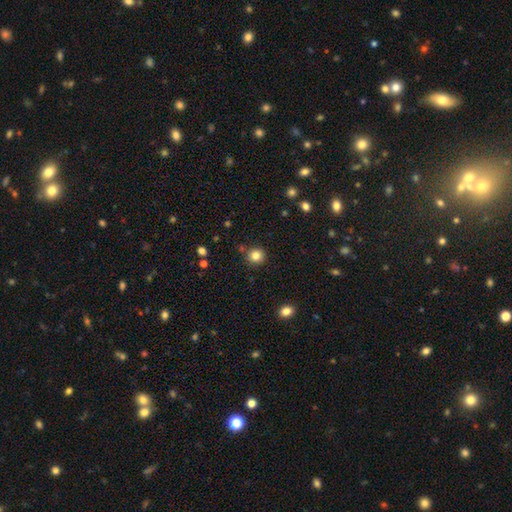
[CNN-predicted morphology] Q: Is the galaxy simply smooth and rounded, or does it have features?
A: smooth — 83%.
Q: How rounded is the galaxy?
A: round — 91%.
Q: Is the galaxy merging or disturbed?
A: none — 85%.